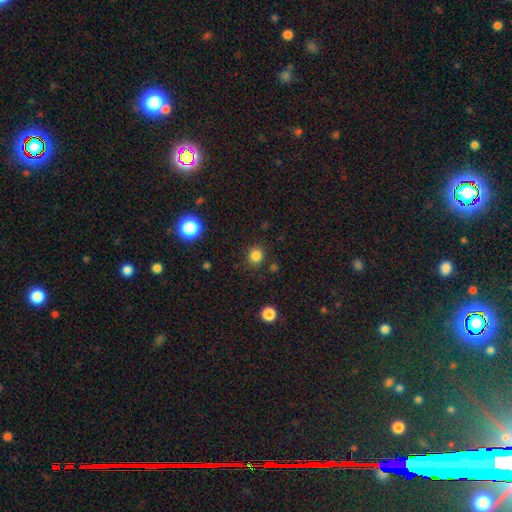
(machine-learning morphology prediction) Smooth or featured? Predicted: smooth (p=0.83). How rounded? Predicted: round (p=0.81). Merging? Predicted: none (p=0.86).